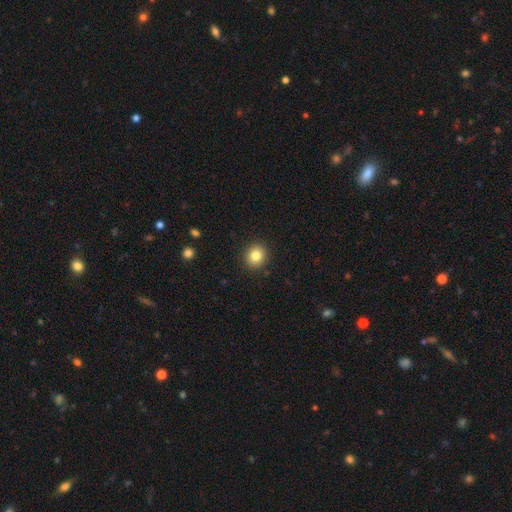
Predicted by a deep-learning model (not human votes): The model was most divided on "how rounded": round: 83%, in between: 16%, cigar-shaped: 1%. More confident: merging — none (91%); smooth or featured — smooth (82%).